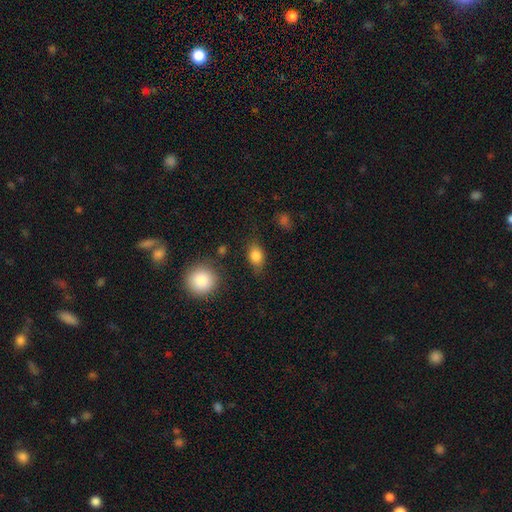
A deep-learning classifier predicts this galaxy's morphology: Smooth or featured?
  - smooth: 83% *
  - star or artifact: 9%
  - featured or disk: 8%
How rounded?
  - in between: 77% *
  - round: 21%
  - cigar-shaped: 3%
Merging?
  - none: 75% *
  - minor disturbance: 17%
  - major disturbance: 5%
  - merger: 3%